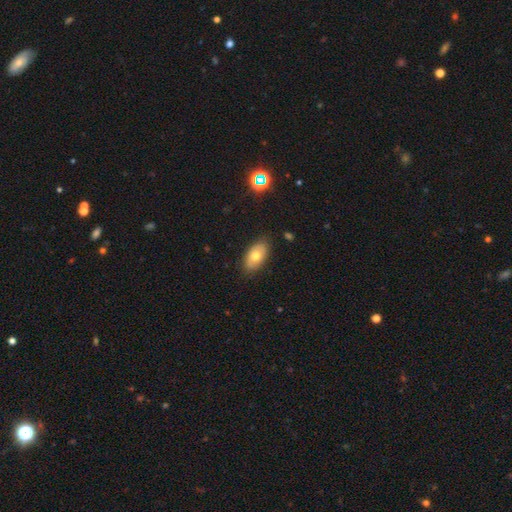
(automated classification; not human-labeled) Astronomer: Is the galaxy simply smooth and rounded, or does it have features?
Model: smooth — 65%.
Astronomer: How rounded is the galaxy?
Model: in between — 92%.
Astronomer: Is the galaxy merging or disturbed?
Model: none — 82%.